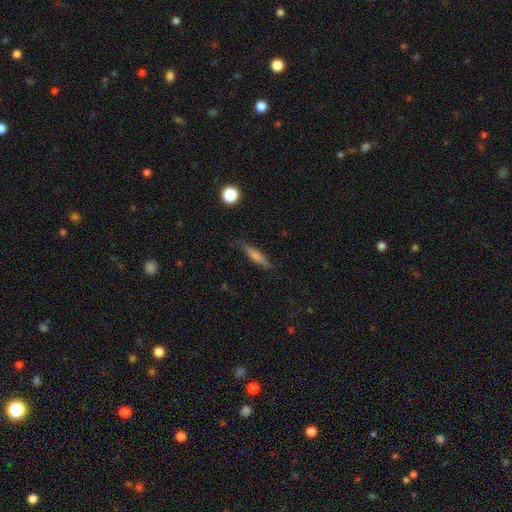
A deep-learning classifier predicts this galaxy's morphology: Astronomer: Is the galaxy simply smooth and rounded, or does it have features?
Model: smooth — 47% (runner-up: featured or disk, 43%).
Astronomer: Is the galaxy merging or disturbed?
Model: none — 80%.